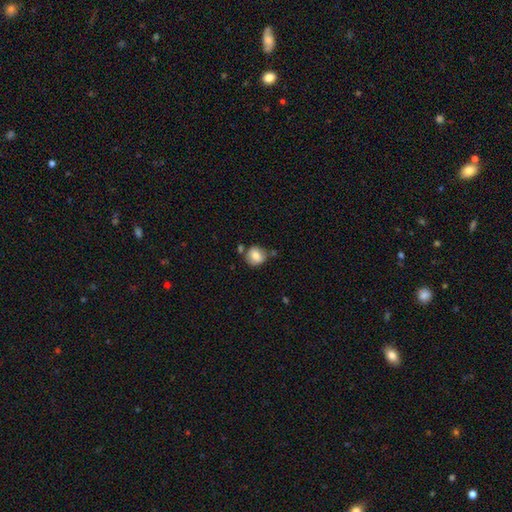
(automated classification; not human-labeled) Smooth or featured? Predicted: smooth (p=0.74). How rounded? Predicted: round (p=0.79). Merging? Predicted: none (p=0.64).